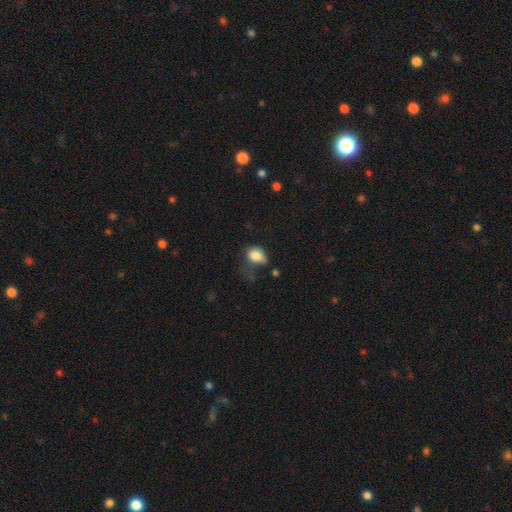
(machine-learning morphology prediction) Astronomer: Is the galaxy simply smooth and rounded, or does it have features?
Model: smooth — 81%.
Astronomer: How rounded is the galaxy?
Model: in between — 72%.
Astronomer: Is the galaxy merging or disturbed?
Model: major disturbance — 39% (runner-up: minor disturbance, 31%).